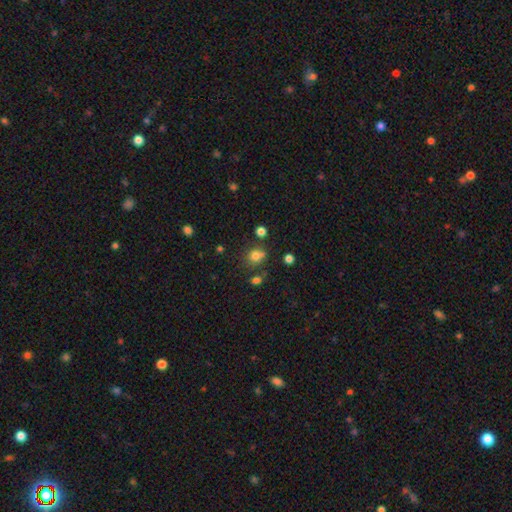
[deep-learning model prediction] Overall: smooth (76%). How rounded: round (69%; in between 30%). Merging: none (64%).